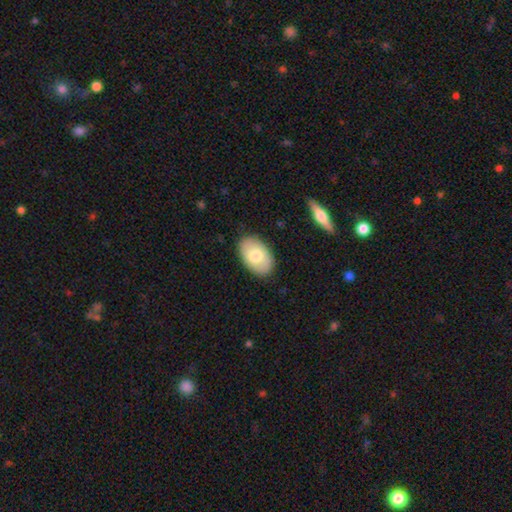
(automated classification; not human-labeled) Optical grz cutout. It shows a smooth galaxy with no disk features (73%) that is in between round and cigar-shaped (92%). Merging: none (87%).